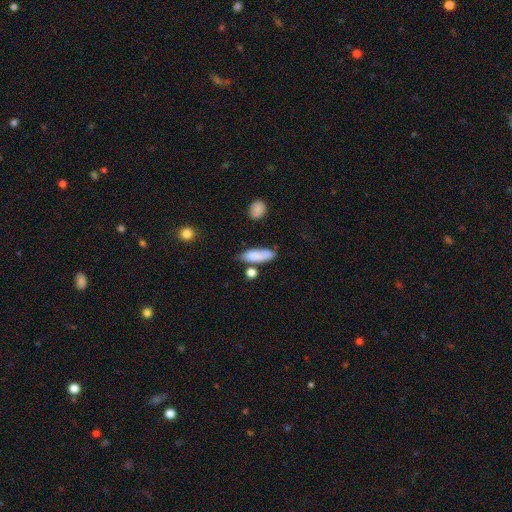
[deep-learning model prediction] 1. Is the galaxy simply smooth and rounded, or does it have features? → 74% smooth, 19% featured or disk, 8% star or artifact.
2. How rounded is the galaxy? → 61% in between, 35% cigar-shaped, 4% round.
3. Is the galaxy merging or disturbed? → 51% none, 24% minor disturbance, 16% merger, 9% major disturbance.